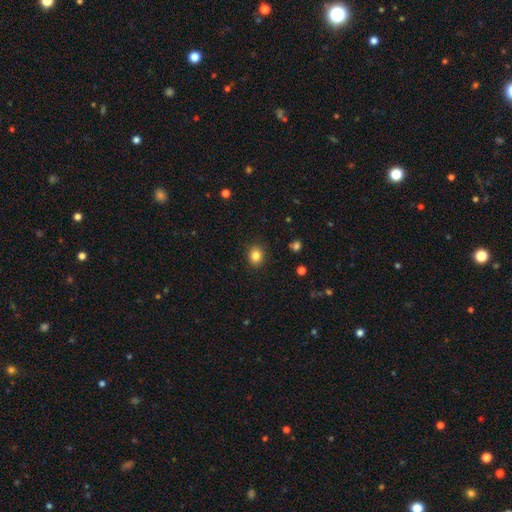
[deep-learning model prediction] smooth-or-featured: smooth: 83% | star or artifact: 11% | featured or disk: 6%
  how-rounded: round: 71% | in between: 28% | cigar-shaped: 1%
  merging: none: 89% | minor disturbance: 7% | major disturbance: 2% | merger: 1%